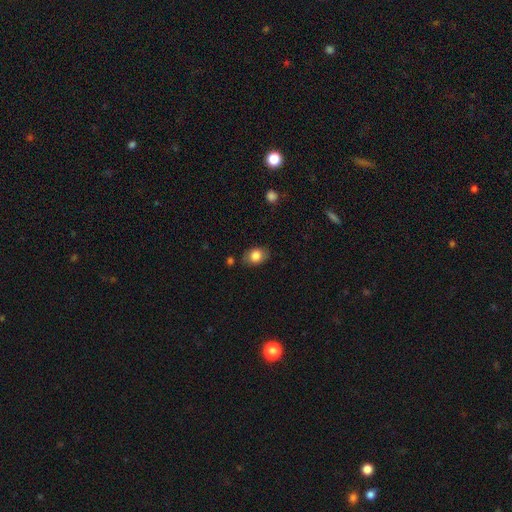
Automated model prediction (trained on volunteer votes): smooth 81%, featured or disk 11%, star or artifact 8%. Down the decision tree: how rounded — in between (74%); merging — none (79%).